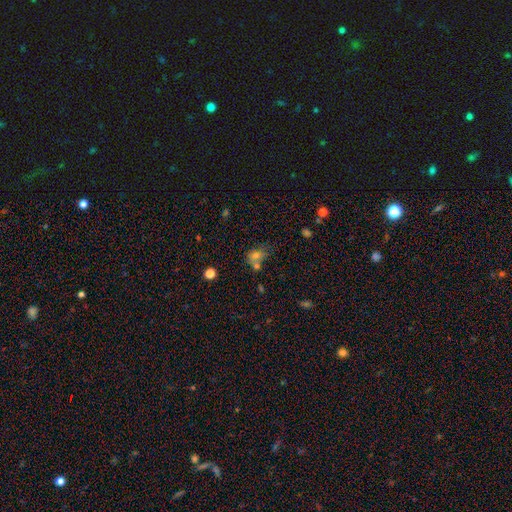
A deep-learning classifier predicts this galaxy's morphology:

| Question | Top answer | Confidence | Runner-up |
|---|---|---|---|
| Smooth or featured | smooth | 68% | star or artifact (16%) |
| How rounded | in between | 57% | round (41%) |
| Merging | merger | 42% | none (33%) |